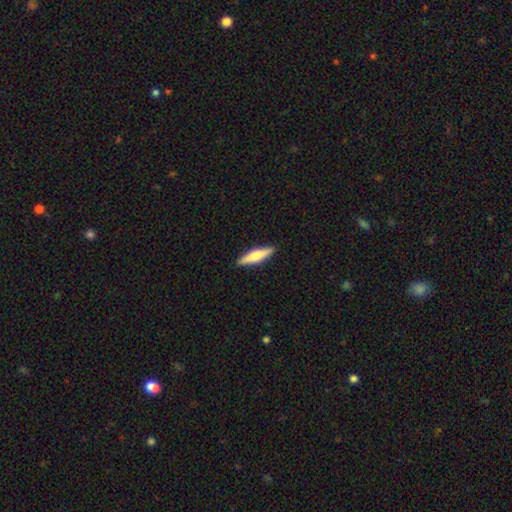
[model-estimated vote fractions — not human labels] A smooth galaxy with no disk features (54%) that is cigar-shaped (77%). Merging: none (91%).